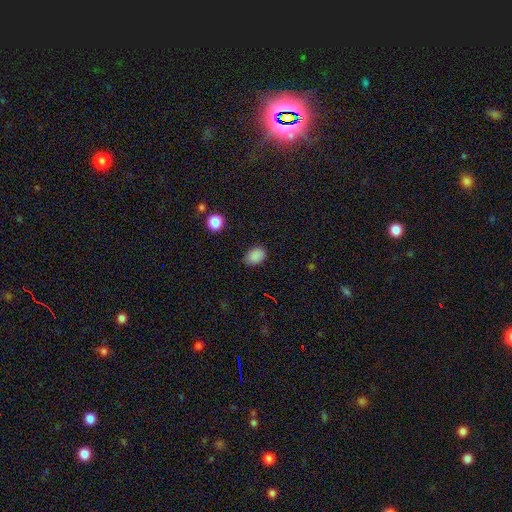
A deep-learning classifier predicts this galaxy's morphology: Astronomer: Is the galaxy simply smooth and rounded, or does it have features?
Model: smooth — 86%.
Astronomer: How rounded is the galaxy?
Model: in between — 77%.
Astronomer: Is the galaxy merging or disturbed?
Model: none — 78%.